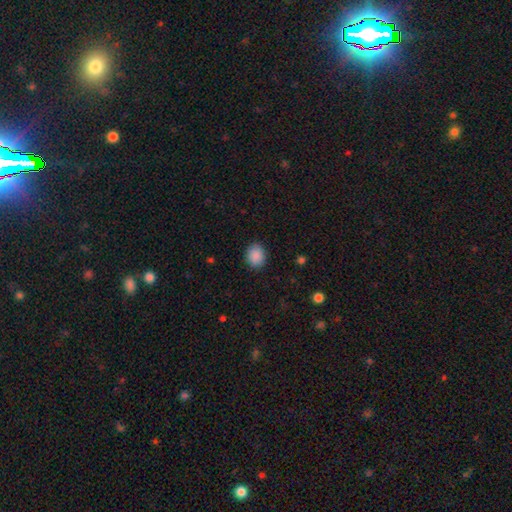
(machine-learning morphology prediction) A smooth galaxy with no disk features (89%) that is round (58%).

Vote fractions:
- Smooth or featured? smooth: 89% / star or artifact: 8% / featured or disk: 3%
- How rounded? round: 58% / in between: 41% / cigar-shaped: 1%
- Merging? none: 88% / minor disturbance: 9% / major disturbance: 2% / merger: 1%